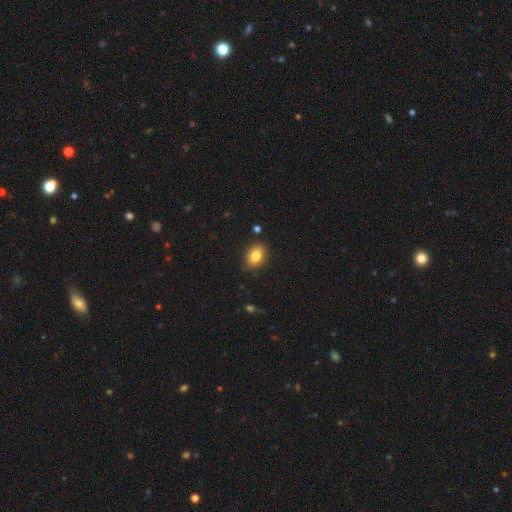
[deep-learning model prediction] Q: Smooth or featured?
A: smooth (84%); runner-up: star or artifact (9%)
Q: How rounded?
A: in between (76%); runner-up: round (23%)
Q: Merging?
A: none (87%); runner-up: minor disturbance (9%)